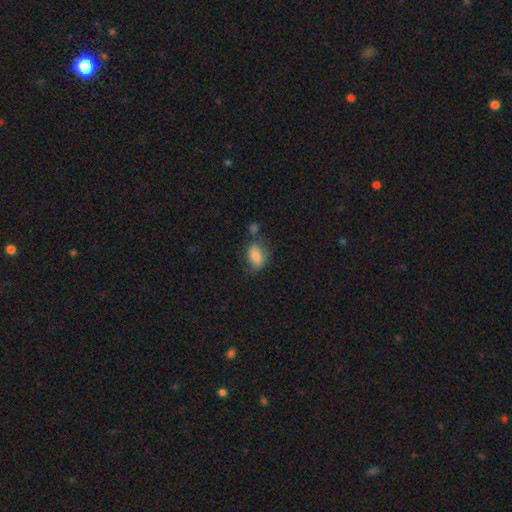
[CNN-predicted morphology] smooth_or_featured: smooth (p=0.78) [alt: featured or disk p=0.14]
how_rounded: in between (p=0.86) [alt: round p=0.12]
merging: none (p=0.55) [alt: minor disturbance p=0.24]